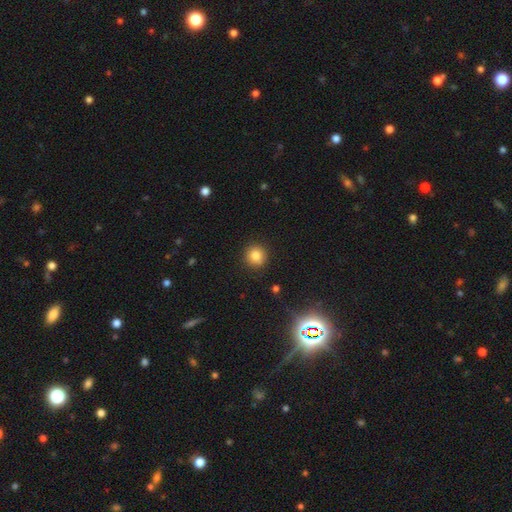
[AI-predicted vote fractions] This is clearly a smooth galaxy (82%). How rounded: clearly round (93%). Merging: clearly none (89%).